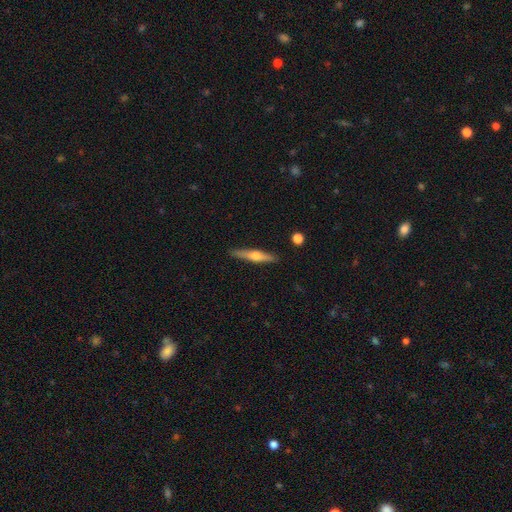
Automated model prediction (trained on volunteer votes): Smooth or featured?
  - featured or disk: 55% *
  - smooth: 39%
  - star or artifact: 6%
Edge-on disk?
  - yes: 95% *
  - no: 5%
Edge-on bulge?
  - rounded: 91% *
  - none: 6%
  - boxy: 3%
Merging?
  - none: 89% *
  - minor disturbance: 8%
  - major disturbance: 2%
  - merger: 2%